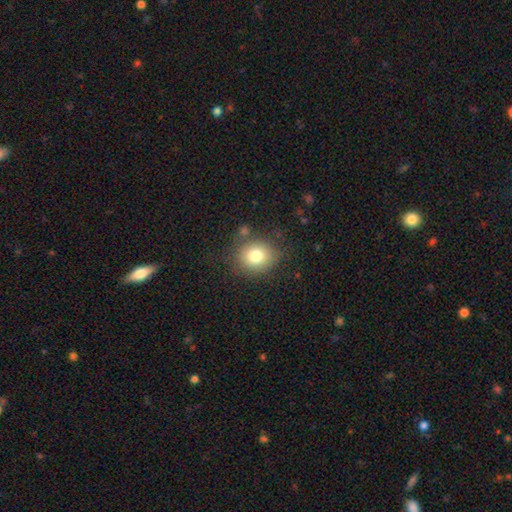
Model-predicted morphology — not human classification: Smooth or featured?
  - smooth: 80% *
  - star or artifact: 10%
  - featured or disk: 10%
How rounded?
  - round: 69% *
  - in between: 30%
  - cigar-shaped: 1%
Merging?
  - none: 79% *
  - minor disturbance: 12%
  - major disturbance: 5%
  - merger: 4%